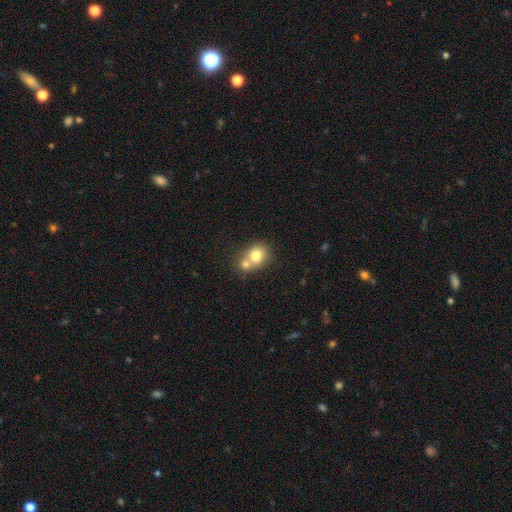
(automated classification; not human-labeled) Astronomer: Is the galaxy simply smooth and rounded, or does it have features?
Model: smooth — 75%.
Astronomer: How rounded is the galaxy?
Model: round — 67%.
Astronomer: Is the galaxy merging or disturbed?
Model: merger — 58%.